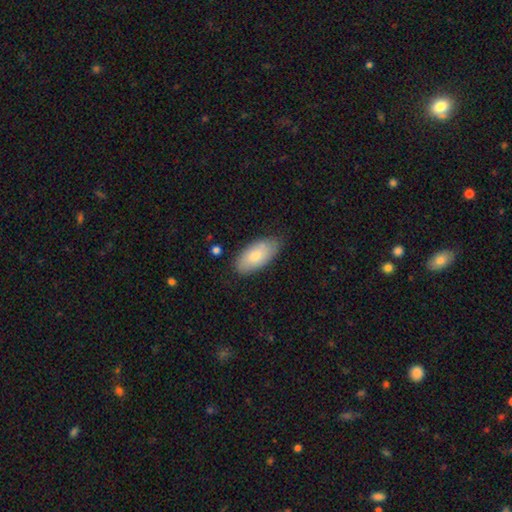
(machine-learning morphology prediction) A smooth galaxy with no disk features (75%) that is in between round and cigar-shaped (92%).

Vote fractions:
- Smooth or featured? smooth: 75% / featured or disk: 19% / star or artifact: 6%
- How rounded? in between: 92% / cigar-shaped: 6% / round: 2%
- Merging? none: 76% / minor disturbance: 19% / major disturbance: 3% / merger: 2%